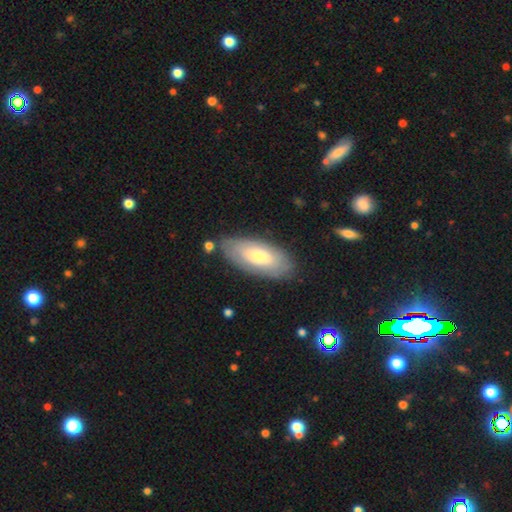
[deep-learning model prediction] Smooth or featured?
  - smooth: 59% *
  - featured or disk: 34%
  - star or artifact: 6%
How rounded?
  - in between: 85% *
  - cigar-shaped: 13%
  - round: 2%
Merging?
  - none: 80% *
  - minor disturbance: 14%
  - major disturbance: 4%
  - merger: 2%